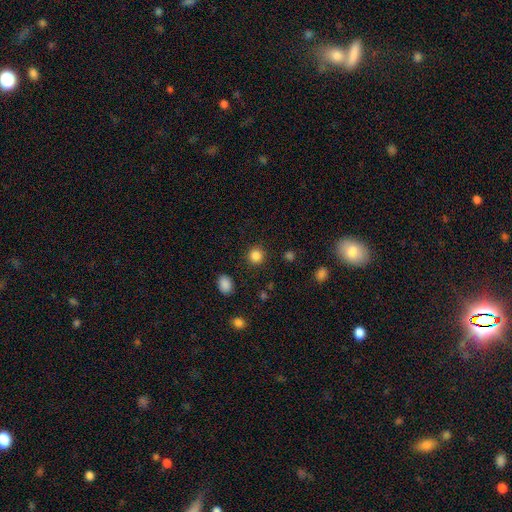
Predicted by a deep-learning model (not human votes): smooth_or_featured: smooth (p=0.85) [alt: star or artifact p=0.11]
how_rounded: round (p=0.92) [alt: in between p=0.07]
merging: none (p=0.90) [alt: minor disturbance p=0.06]